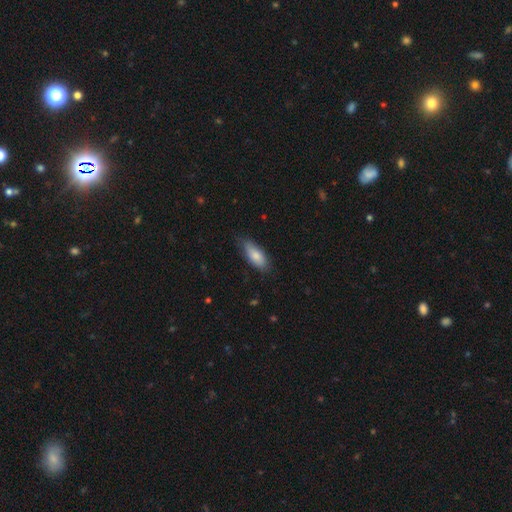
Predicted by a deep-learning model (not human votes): Q: Smooth or featured?
A: smooth (82%); runner-up: featured or disk (12%)
Q: How rounded?
A: in between (76%); runner-up: cigar-shaped (22%)
Q: Merging?
A: none (75%); runner-up: minor disturbance (20%)